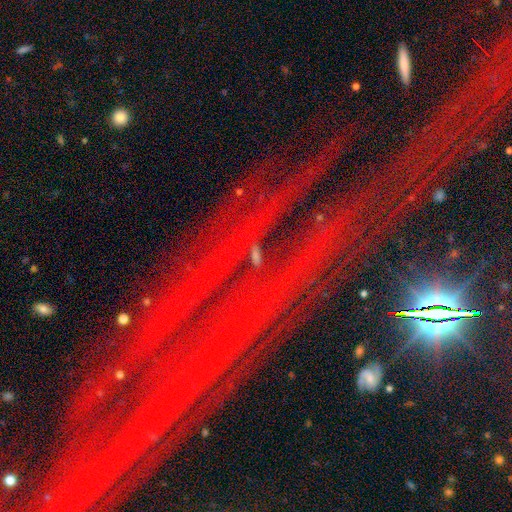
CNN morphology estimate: The model was most divided on "smooth or featured": star or artifact: 70%, featured or disk: 17%, smooth: 12%.